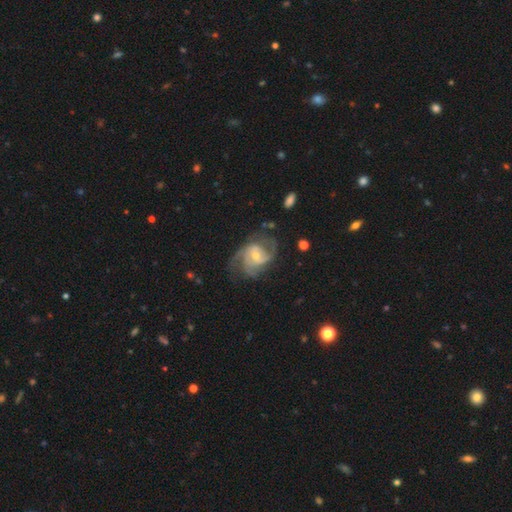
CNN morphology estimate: type=featured or disk (84%); edge-on=no (98%); bar=no (57%); spiral arms=yes (94%); winding=medium (51%); arm count=2 (36%); bulge=small (58%); merging=none (56%).